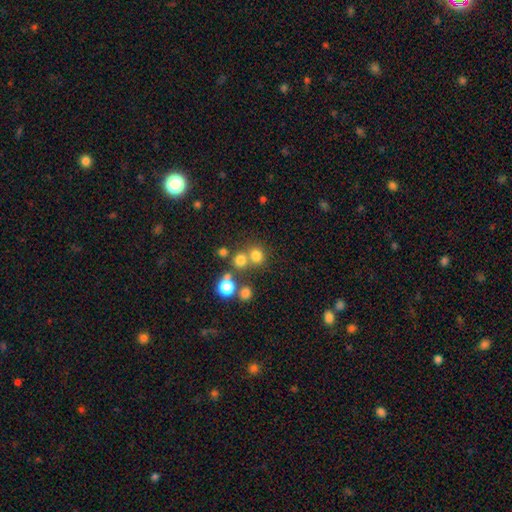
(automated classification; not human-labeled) Overall: smooth (73%). How rounded: round (82%). Merging: none (58%; merger 31%).